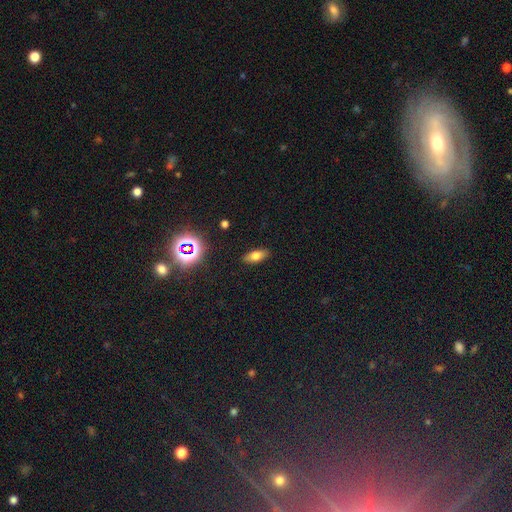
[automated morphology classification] The model was most divided on "smooth or featured": smooth: 68%, featured or disk: 18%, star or artifact: 14%. More confident: merging — none (88%); how rounded — in between (78%).